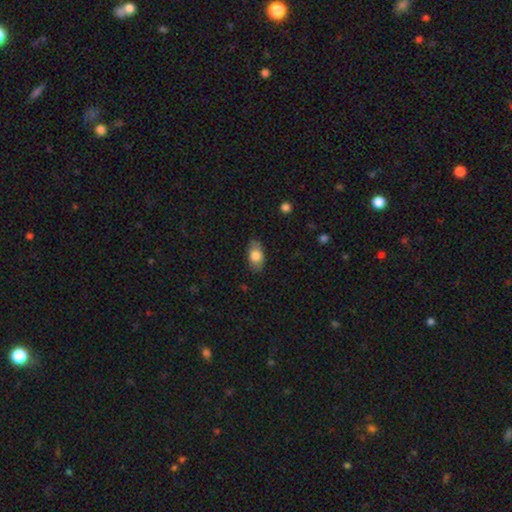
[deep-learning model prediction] A smooth galaxy with no disk features (78%) that is in between round and cigar-shaped (90%). Merging: none (83%).